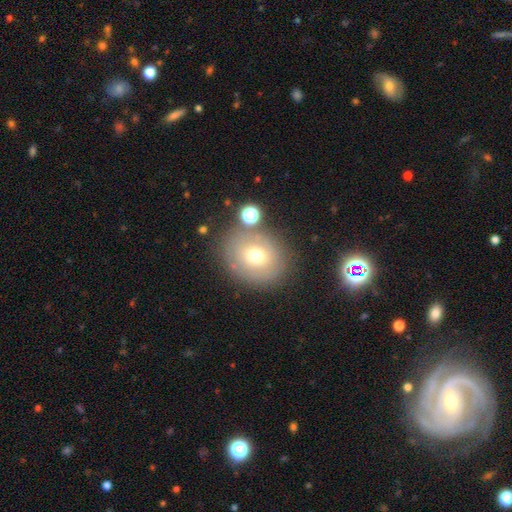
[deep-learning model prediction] Smooth or featured: smooth — 59% (featured or disk — 29%)
How rounded: round — 61% (in between — 39%)
Merging: none — 73% (minor disturbance — 14%)